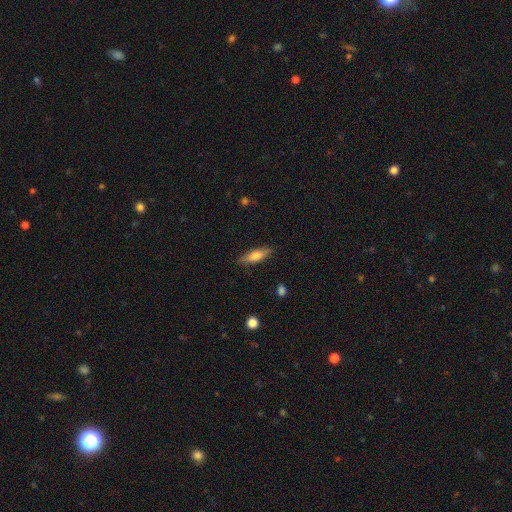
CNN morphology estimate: smooth-or-featured: smooth: 66% | featured or disk: 27% | star or artifact: 6%
  how-rounded: cigar-shaped: 56% | in between: 41% | round: 2%
  merging: none: 86% | minor disturbance: 10% | major disturbance: 2% | merger: 1%